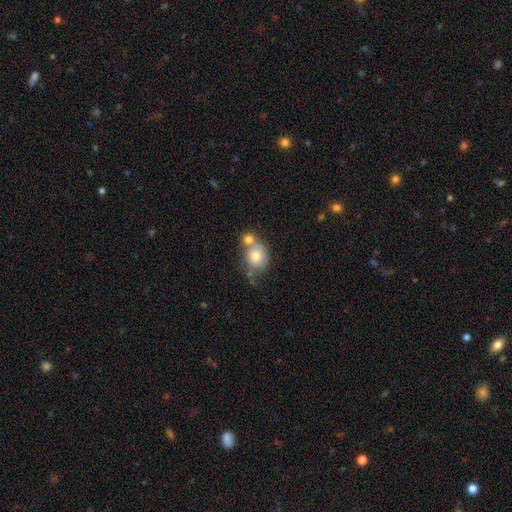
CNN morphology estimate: This appears to be a smooth galaxy with no disk features (75%) that is round (54%). Merging: merger (49%).